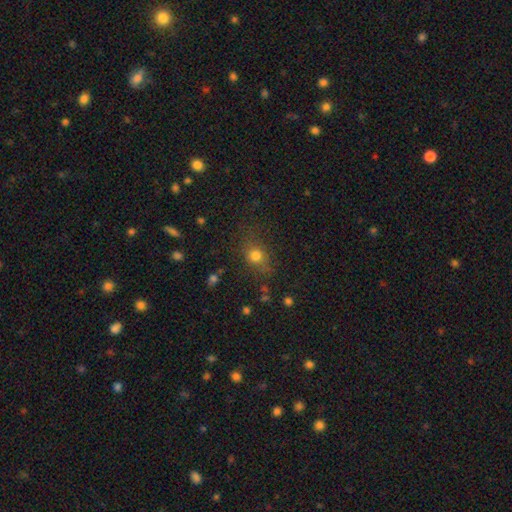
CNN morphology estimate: This appears to be a smooth galaxy with no disk features (75%) that is round (68%). Merging: none (74%).